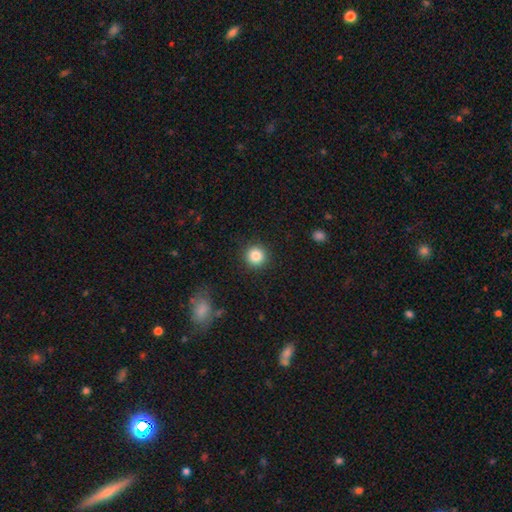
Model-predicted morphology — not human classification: Smooth or featured? Predicted: smooth (p=0.85). How rounded? Predicted: round (p=0.94). Merging? Predicted: none (p=0.91).